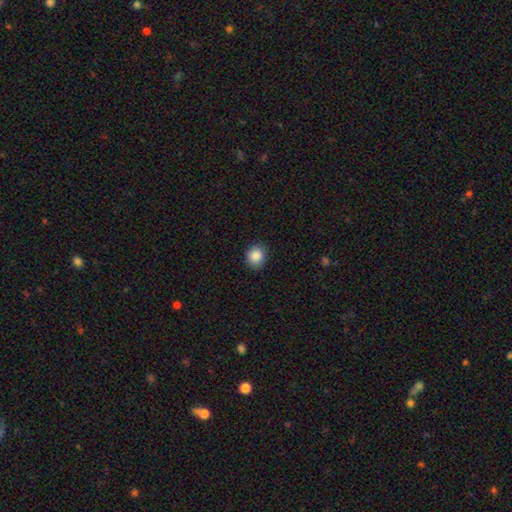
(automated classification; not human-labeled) smooth 88%, star or artifact 9%, featured or disk 4%. Down the decision tree: how rounded — round (72%); merging — none (87%).